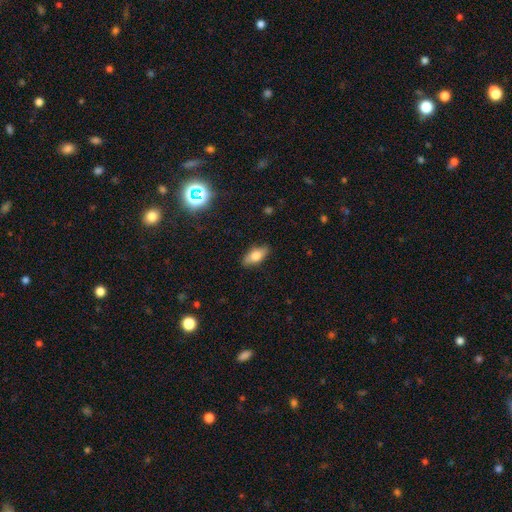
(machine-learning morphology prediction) The model was most divided on "smooth or featured": smooth: 74%, featured or disk: 18%, star or artifact: 8%. More confident: merging — none (87%); how rounded — in between (83%).